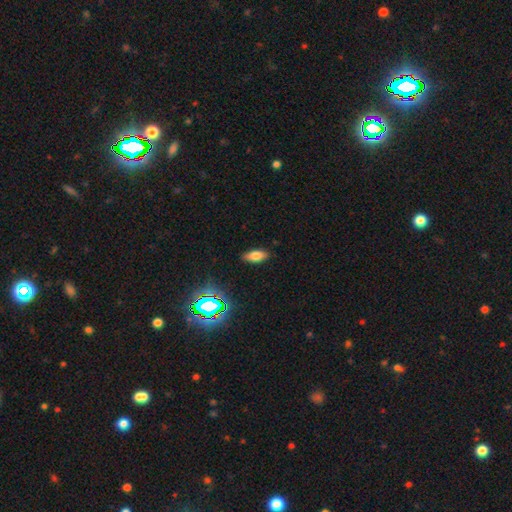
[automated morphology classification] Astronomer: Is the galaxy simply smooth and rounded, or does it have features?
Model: smooth — 74%.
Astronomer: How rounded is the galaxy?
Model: in between — 84%.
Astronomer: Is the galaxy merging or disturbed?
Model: none — 87%.